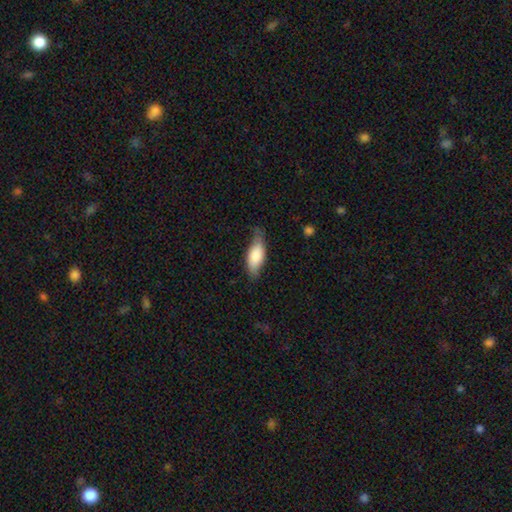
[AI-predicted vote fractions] Smooth or featured: smooth — 79% (featured or disk — 15%)
How rounded: in between — 79% (cigar-shaped — 18%)
Merging: none — 59% (minor disturbance — 32%)